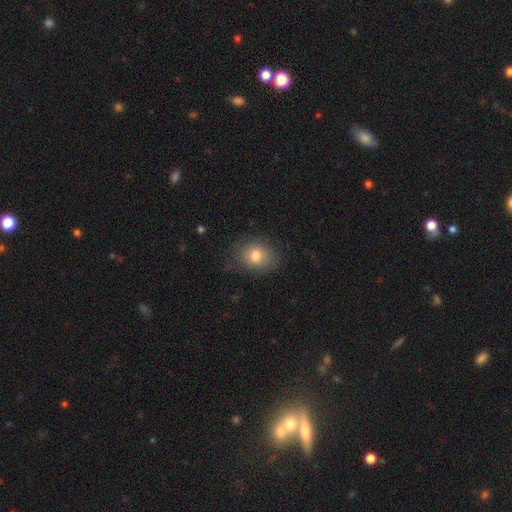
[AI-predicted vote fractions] smooth-or-featured: smooth: 79% | featured or disk: 12% | star or artifact: 9%
  how-rounded: in between: 51% | round: 48% | cigar-shaped: 1%
  merging: none: 71% | minor disturbance: 20% | major disturbance: 7% | merger: 1%